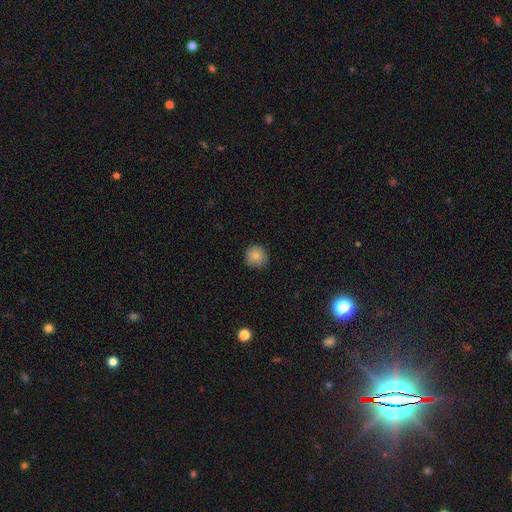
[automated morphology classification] A smooth galaxy with no disk features (85%) that is round (92%). Merging: none (84%).